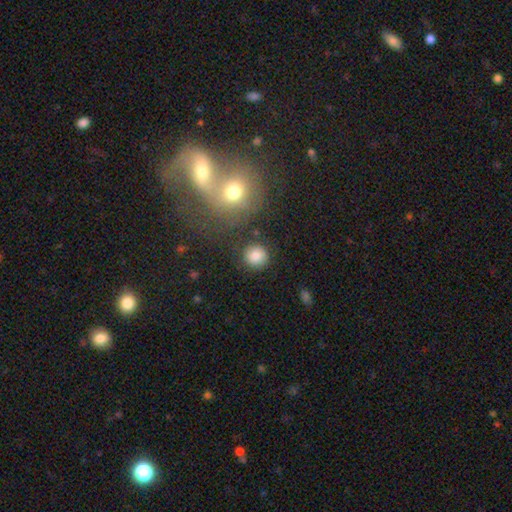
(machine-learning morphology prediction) Q: Smooth or featured?
A: smooth (82%); runner-up: star or artifact (11%)
Q: How rounded?
A: round (92%); runner-up: in between (7%)
Q: Merging?
A: none (85%); runner-up: minor disturbance (8%)